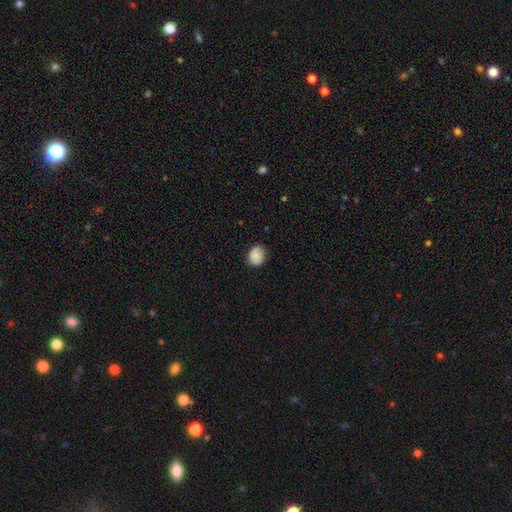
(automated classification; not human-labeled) A smooth galaxy with no disk features (81%) that is round (59%).

Vote fractions:
- Smooth or featured? smooth: 81% / featured or disk: 11% / star or artifact: 8%
- How rounded? round: 59% / in between: 40% / cigar-shaped: 1%
- Merging? none: 76% / minor disturbance: 19% / major disturbance: 4% / merger: 1%